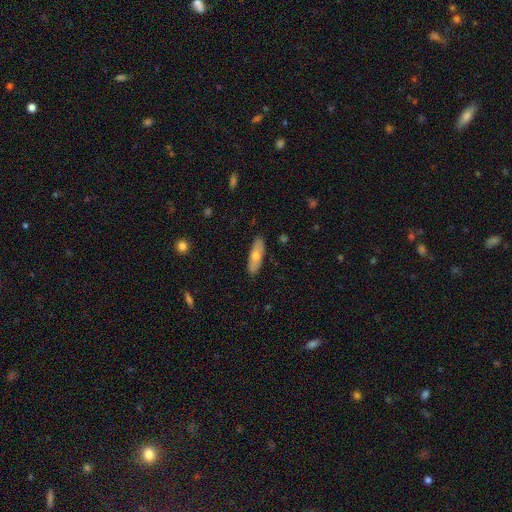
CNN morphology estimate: This appears to be a smooth galaxy with no disk features (62%) that is in between round and cigar-shaped (49%). Merging: none (88%).